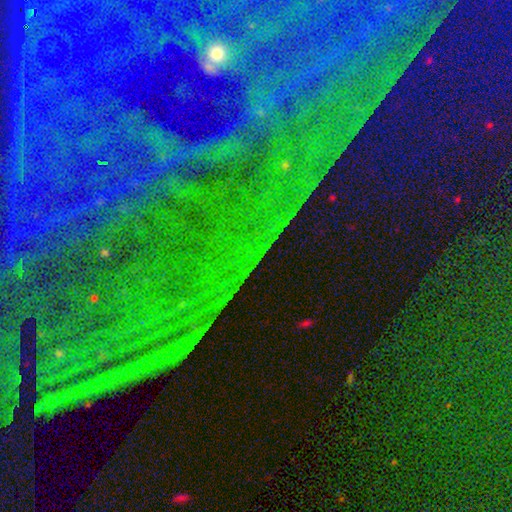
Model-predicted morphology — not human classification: star or artifact 80%, featured or disk 11%, smooth 9%.